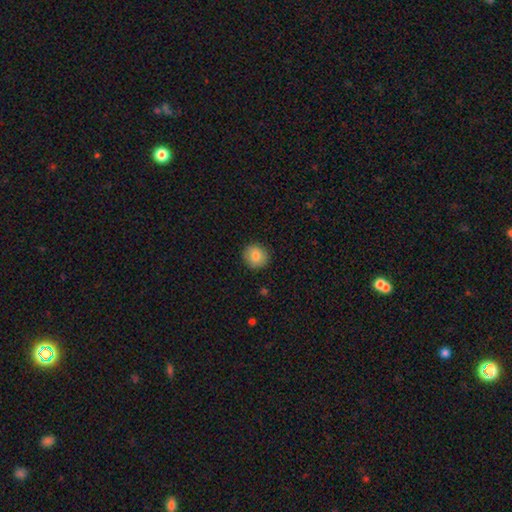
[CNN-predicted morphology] The model was most divided on "how rounded": round: 88%, in between: 11%, cigar-shaped: 1%. More confident: merging — none (91%); smooth or featured — smooth (85%).